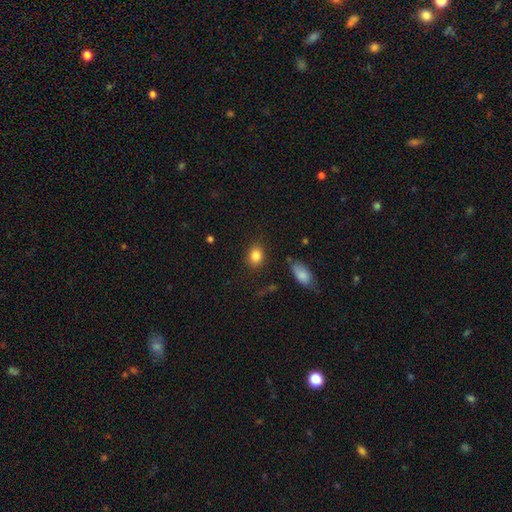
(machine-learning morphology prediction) This is clearly a smooth galaxy (85%). How rounded: possibly in between (56%). Merging: clearly none (83%).